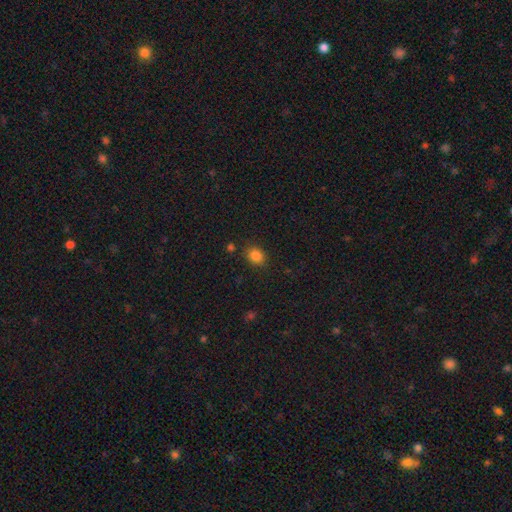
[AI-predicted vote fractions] This appears to be a smooth galaxy with no disk features (83%) that is round (56%). Merging: none (82%).